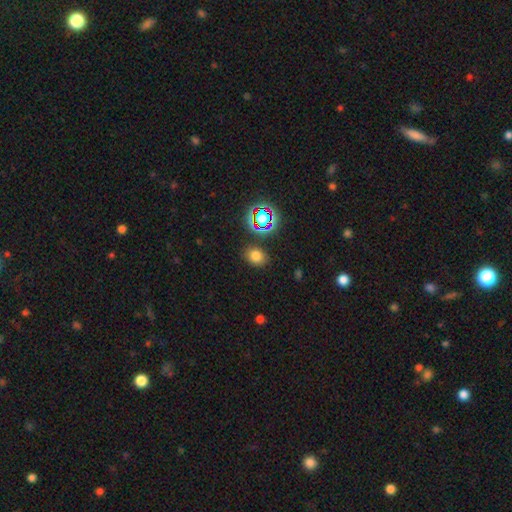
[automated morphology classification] This is likely a smooth galaxy (71%). How rounded: possibly in between (56%). Merging: clearly none (81%).